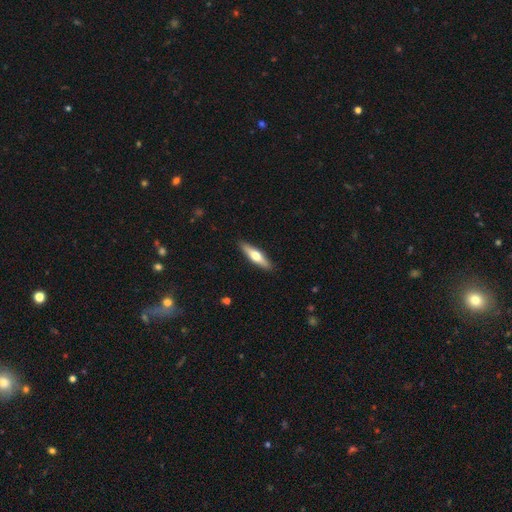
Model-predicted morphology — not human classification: A featured or disk galaxy (50%). Merging: none (90%).